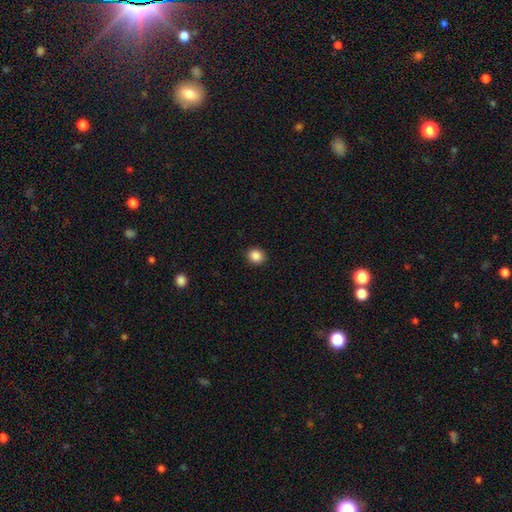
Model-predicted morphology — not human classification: Smooth or featured: smooth — 87% (star or artifact — 10%)
How rounded: round — 81% (in between — 18%)
Merging: none — 91% (minor disturbance — 6%)